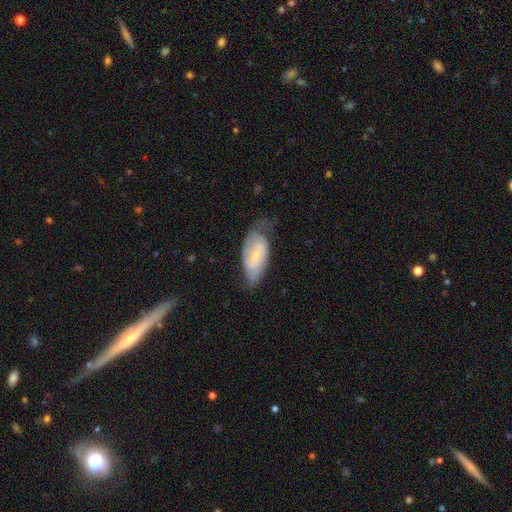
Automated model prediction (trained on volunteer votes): This appears to be a featured or disk galaxy (66%) with no bar (43%), 2 (67%) medium (42%) spiral arms (84%) and a small central bulge (65%). Merging: none (52%).